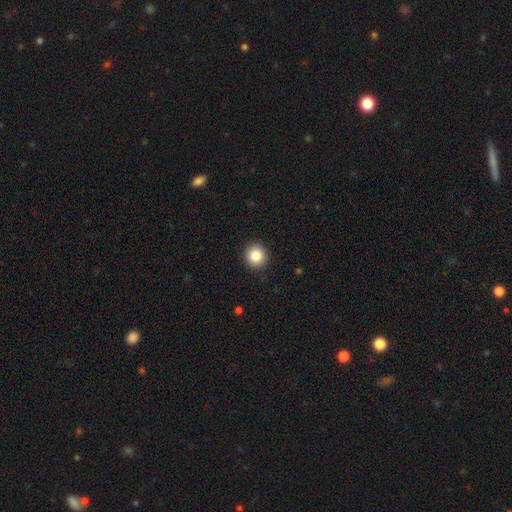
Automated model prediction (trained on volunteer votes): smooth-or-featured: smooth: 85% | star or artifact: 10% | featured or disk: 6%
  how-rounded: round: 89% | in between: 10% | cigar-shaped: 1%
  merging: none: 92% | minor disturbance: 5% | major disturbance: 2% | merger: 1%